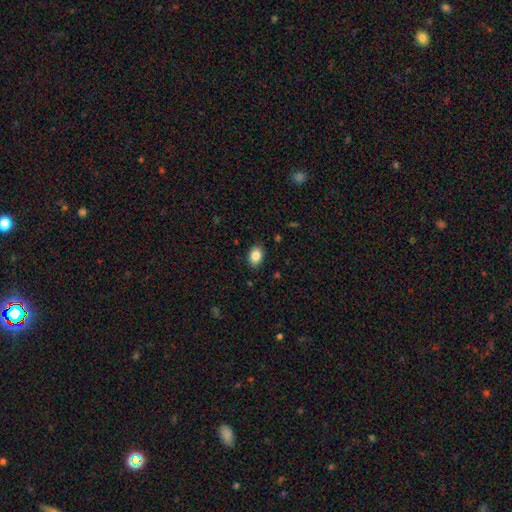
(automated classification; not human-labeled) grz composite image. It shows a smooth galaxy with no disk features (86%) that is in between round and cigar-shaped (76%). Merging: none (88%).